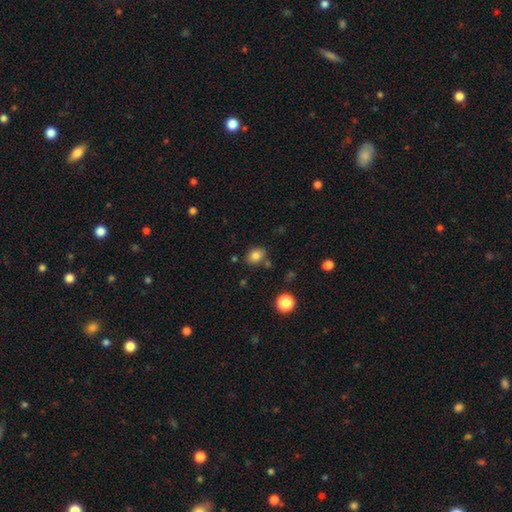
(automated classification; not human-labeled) Q: Smooth or featured?
A: smooth (81%); runner-up: star or artifact (12%)
Q: How rounded?
A: in between (51%); runner-up: round (48%)
Q: Merging?
A: none (78%); runner-up: minor disturbance (13%)